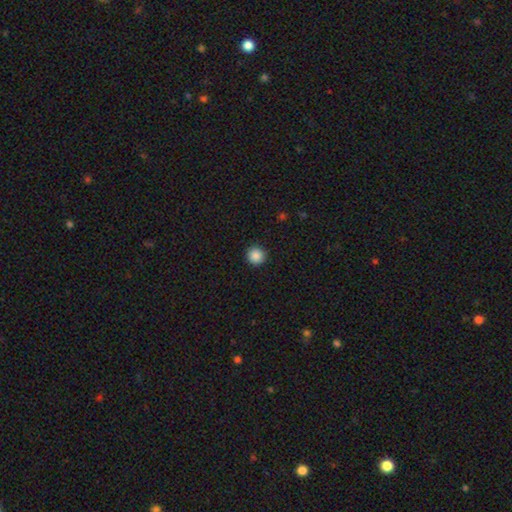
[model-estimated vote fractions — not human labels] A smooth galaxy with no disk features (88%) that is round (95%).

Vote fractions:
- Smooth or featured? smooth: 88% / star or artifact: 10% / featured or disk: 3%
- How rounded? round: 95% / in between: 4% / cigar-shaped: 1%
- Merging? none: 92% / minor disturbance: 5% / major disturbance: 2% / merger: 1%